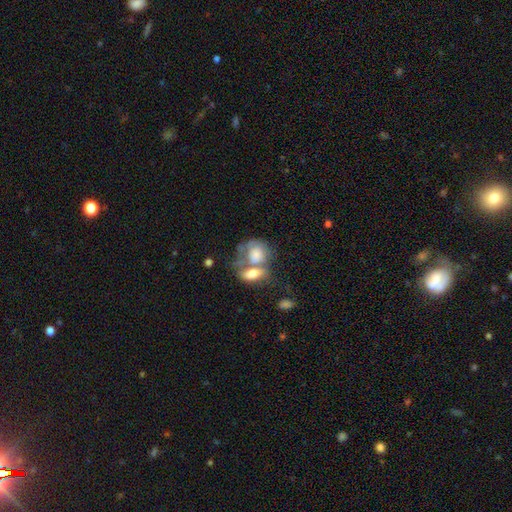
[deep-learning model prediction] Overall: smooth (55%; featured or disk 35%). How rounded: in between (58%; round 40%). Merging: merger (62%).